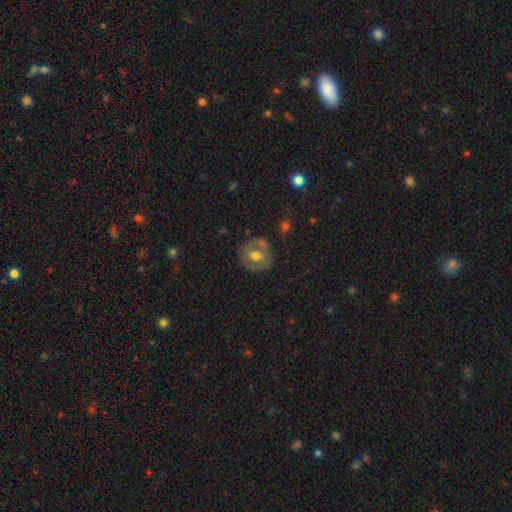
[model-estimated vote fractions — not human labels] Smooth or featured? smooth (46%, tied with featured or disk)
Merging? none (72%)